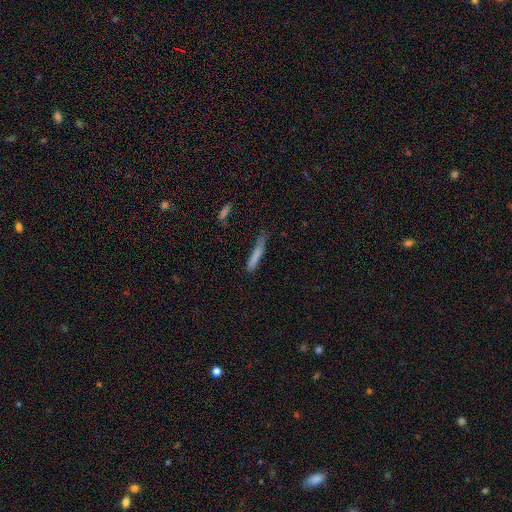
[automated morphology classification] Overall: smooth (77%). How rounded: cigar-shaped (93%). Merging: none (64%; minor disturbance 26%).